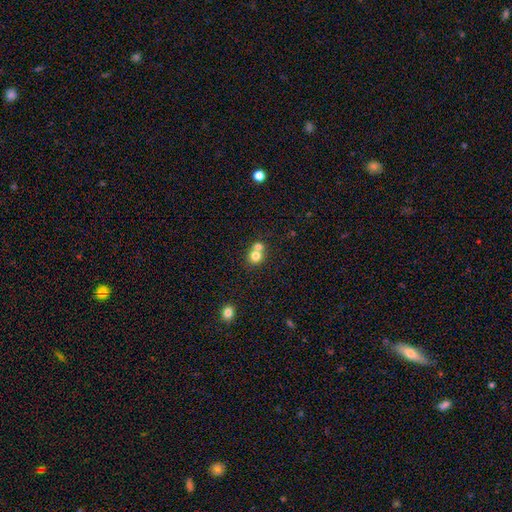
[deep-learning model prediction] This appears to be a smooth galaxy with no disk features (76%) that is round (84%). Merging: merger (54%).